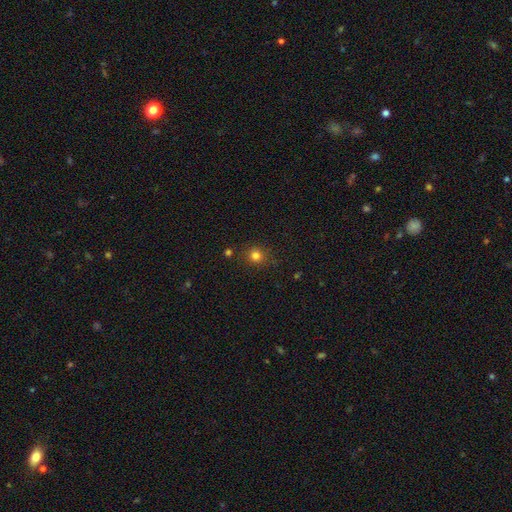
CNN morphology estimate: Smooth or featured: smooth — 79% (star or artifact — 15%)
How rounded: round — 88% (in between — 11%)
Merging: none — 85% (minor disturbance — 9%)